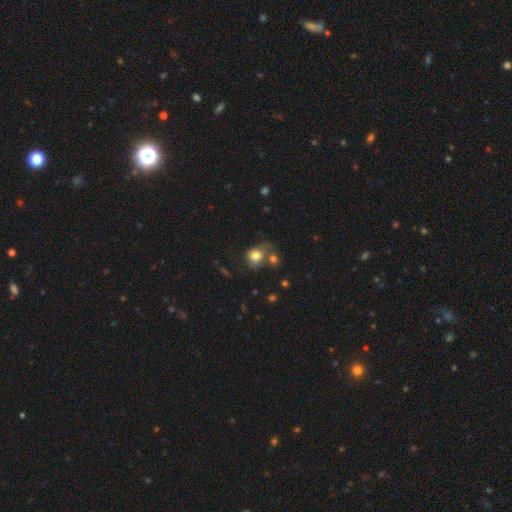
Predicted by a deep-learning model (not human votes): smooth 75%, featured or disk 14%, star or artifact 10%. Down the decision tree: how rounded — round (61%); merging — none (36%).